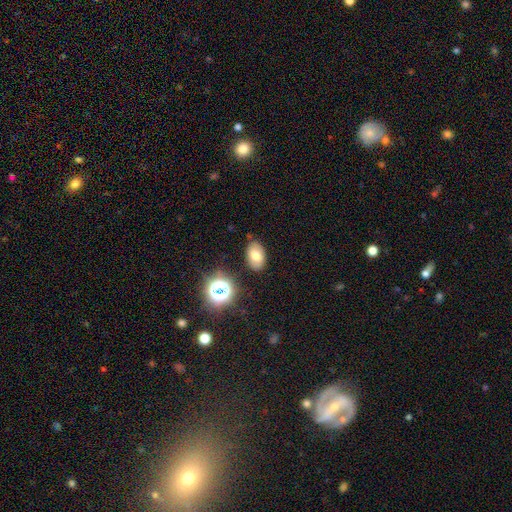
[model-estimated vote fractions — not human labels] smooth-or-featured: smooth: 71% | featured or disk: 17% | star or artifact: 12%
  how-rounded: in between: 87% | round: 12% | cigar-shaped: 1%
  merging: none: 82% | minor disturbance: 12% | major disturbance: 3% | merger: 2%